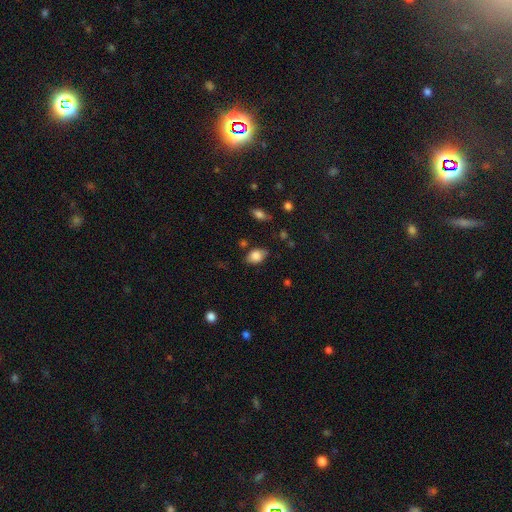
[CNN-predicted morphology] Smooth or featured: smooth — 82% (featured or disk — 10%)
How rounded: in between — 83% (round — 16%)
Merging: none — 75% (minor disturbance — 18%)